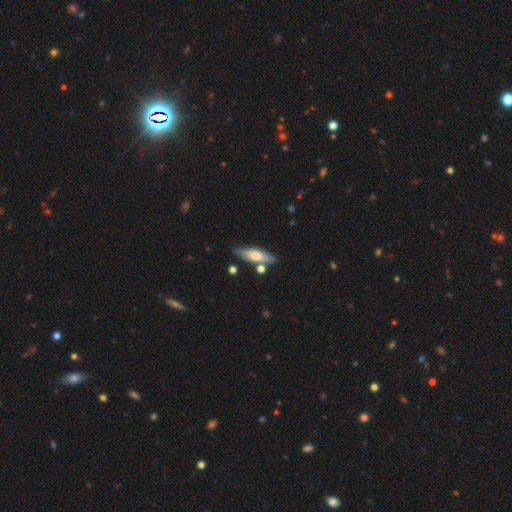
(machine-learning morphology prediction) This is likely a smooth galaxy (65%). How rounded: likely cigar-shaped (61%). Merging: likely none (77%).